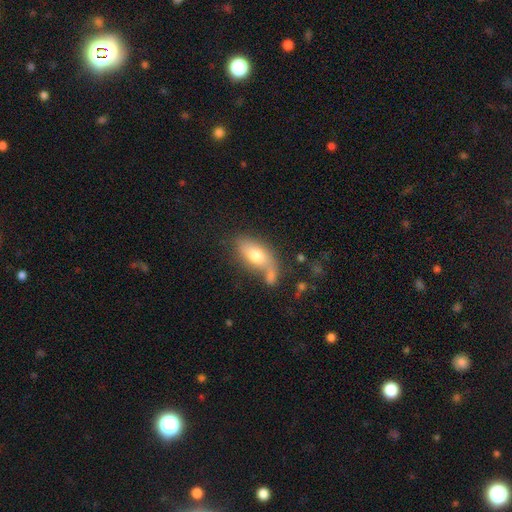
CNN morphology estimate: Q: Smooth or featured?
A: smooth (69%); runner-up: featured or disk (24%)
Q: How rounded?
A: in between (86%); runner-up: cigar-shaped (8%)
Q: Merging?
A: none (42%); runner-up: merger (28%)